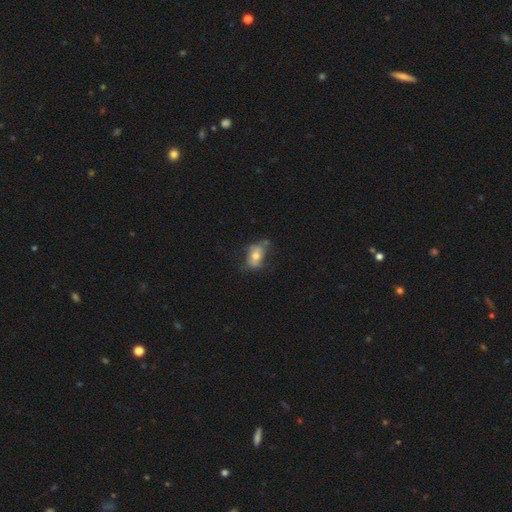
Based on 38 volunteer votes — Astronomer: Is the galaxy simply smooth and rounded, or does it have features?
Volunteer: smooth — 61%.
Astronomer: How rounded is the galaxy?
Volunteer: in between — 70%.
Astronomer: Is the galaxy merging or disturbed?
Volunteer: minor disturbance — 43% (runner-up: none, 40%).